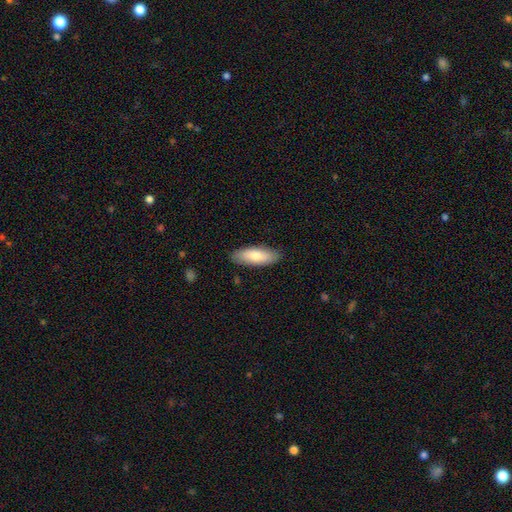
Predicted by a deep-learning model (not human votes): A smooth galaxy with no disk features (77%) that is in between round and cigar-shaped (69%).

Vote fractions:
- Smooth or featured? smooth: 77% / featured or disk: 17% / star or artifact: 6%
- How rounded? in between: 69% / cigar-shaped: 29% / round: 2%
- Merging? none: 87% / minor disturbance: 10% / major disturbance: 2% / merger: 1%